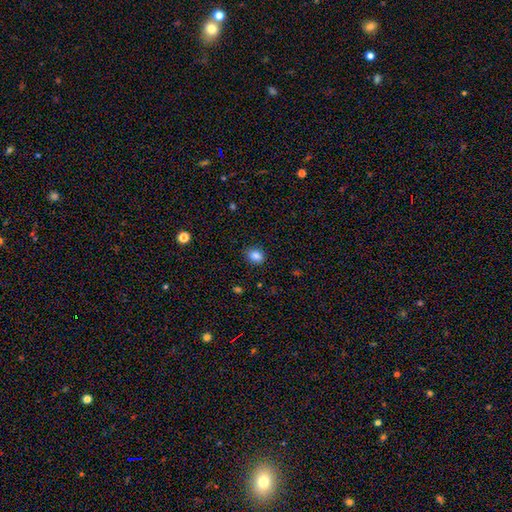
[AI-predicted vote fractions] This is clearly a smooth galaxy (86%). How rounded: possibly round (52%). Merging: clearly none (85%).